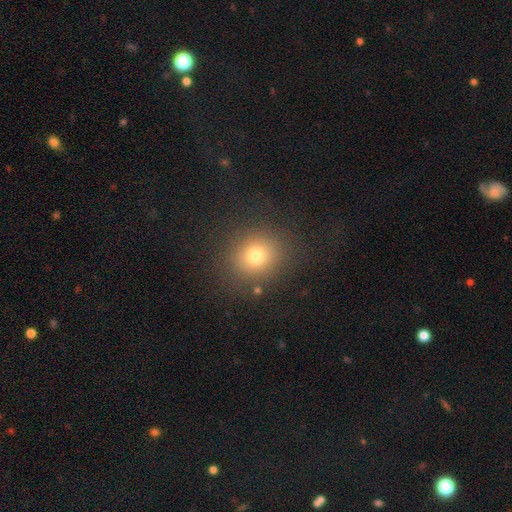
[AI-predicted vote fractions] A smooth galaxy with no disk features (73%) that is round (75%).

Vote fractions:
- Smooth or featured? smooth: 73% / star or artifact: 16% / featured or disk: 11%
- How rounded? round: 75% / in between: 24% / cigar-shaped: 1%
- Merging? none: 85% / minor disturbance: 9% / major disturbance: 5% / merger: 2%